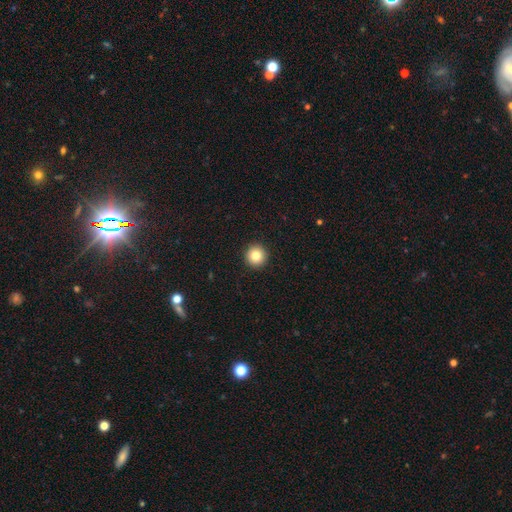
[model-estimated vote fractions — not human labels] smooth 83%, star or artifact 10%, featured or disk 7%. Down the decision tree: how rounded — round (96%); merging — none (94%).